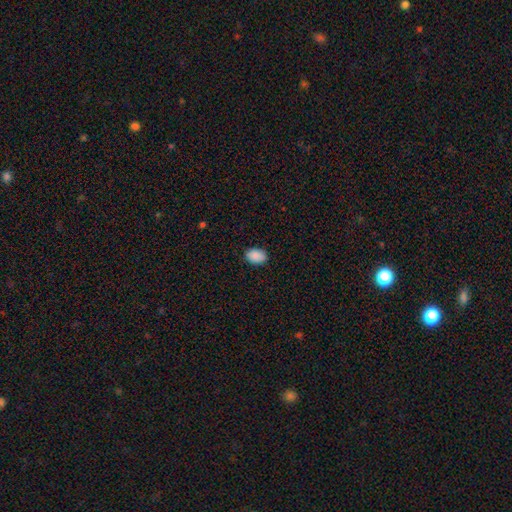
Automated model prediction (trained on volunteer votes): Smooth or featured?
  - smooth: 90% *
  - star or artifact: 7%
  - featured or disk: 3%
How rounded?
  - in between: 84% *
  - round: 15%
  - cigar-shaped: 1%
Merging?
  - none: 87% *
  - minor disturbance: 10%
  - major disturbance: 2%
  - merger: 1%